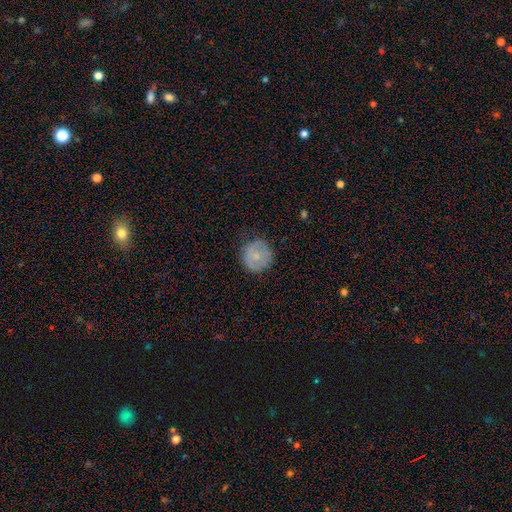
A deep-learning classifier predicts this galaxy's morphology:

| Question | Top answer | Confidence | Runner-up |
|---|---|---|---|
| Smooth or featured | smooth | 67% | featured or disk (26%) |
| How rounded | round | 93% | in between (6%) |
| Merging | none | 80% | minor disturbance (15%) |